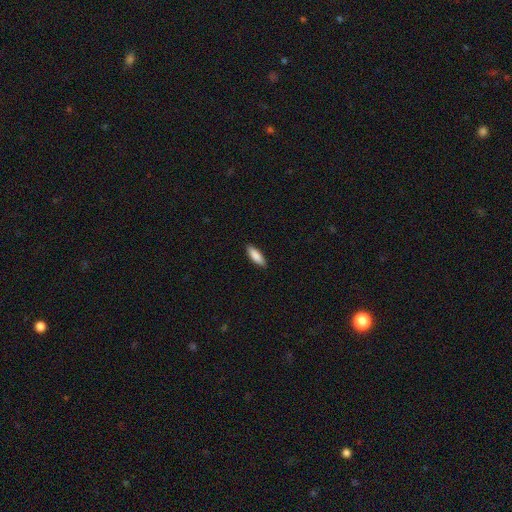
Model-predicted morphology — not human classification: A smooth galaxy with no disk features (87%) that is in between round and cigar-shaped (55%).

Vote fractions:
- Smooth or featured? smooth: 87% / featured or disk: 7% / star or artifact: 5%
- How rounded? in between: 55% / cigar-shaped: 44% / round: 2%
- Merging? none: 88% / minor disturbance: 9% / major disturbance: 2% / merger: 1%